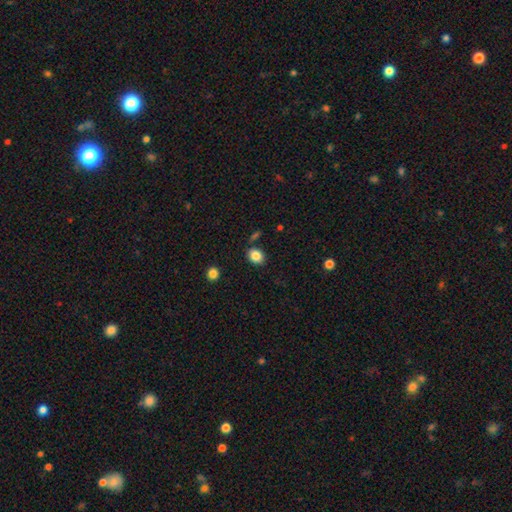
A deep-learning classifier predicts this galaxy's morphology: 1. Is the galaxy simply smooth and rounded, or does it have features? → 85% smooth, 9% star or artifact, 5% featured or disk.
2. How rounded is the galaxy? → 60% in between, 39% round, 1% cigar-shaped.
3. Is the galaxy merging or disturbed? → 81% none, 11% minor disturbance, 5% merger, 3% major disturbance.